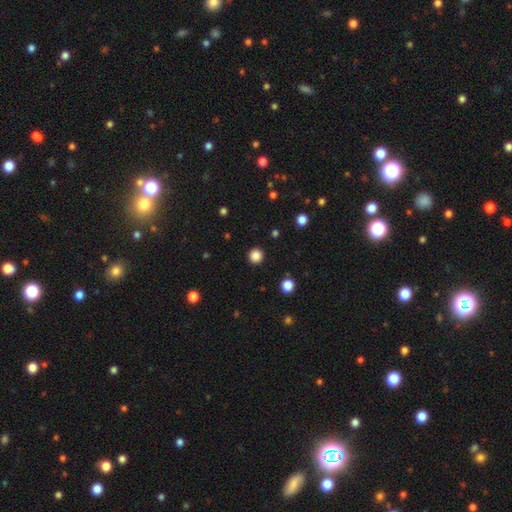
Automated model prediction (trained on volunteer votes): This is clearly a smooth galaxy (86%). How rounded: clearly round (96%). Merging: clearly none (93%).